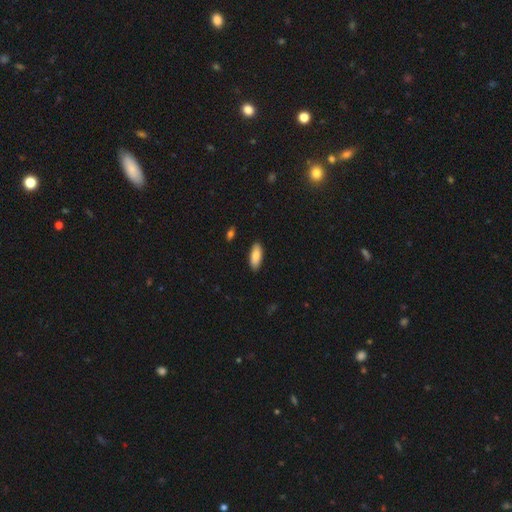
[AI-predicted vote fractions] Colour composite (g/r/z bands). It shows a smooth galaxy with no disk features (85%) that is in between round and cigar-shaped (80%). Merging: none (88%).